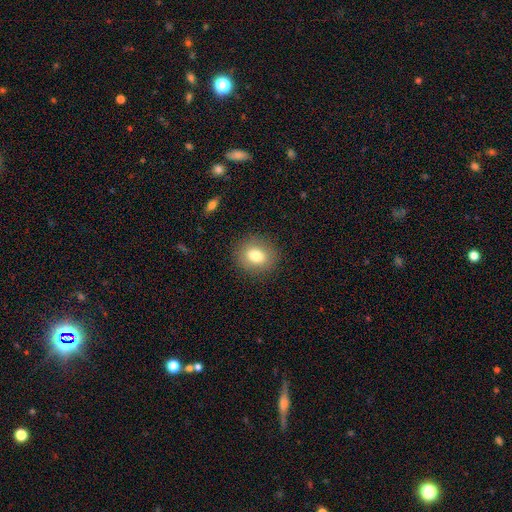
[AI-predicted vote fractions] smooth 79%, featured or disk 11%, star or artifact 10%. Down the decision tree: how rounded — round (66%); merging — none (88%).